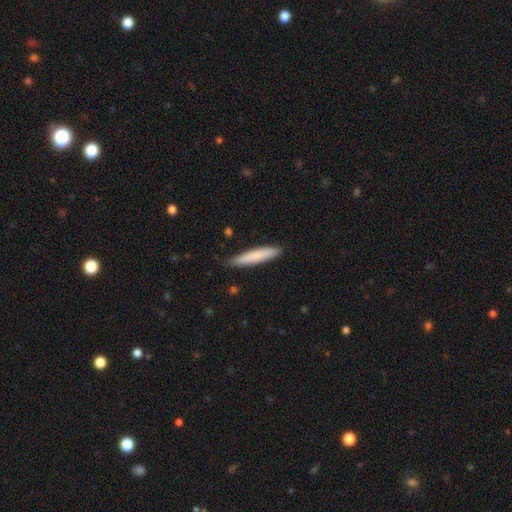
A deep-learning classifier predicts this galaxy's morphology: type=smooth (82%); roundness=cigar-shaped (90%); merging=none (85%).